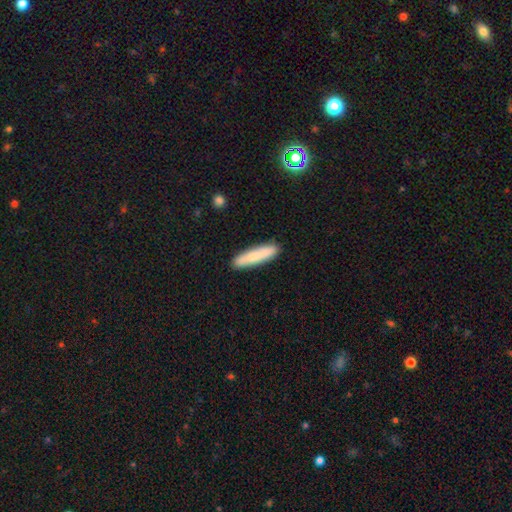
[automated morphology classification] smooth_or_featured: smooth (p=0.78) [alt: featured or disk p=0.16]
how_rounded: cigar-shaped (p=0.84) [alt: in between p=0.15]
merging: none (p=0.88) [alt: minor disturbance p=0.09]